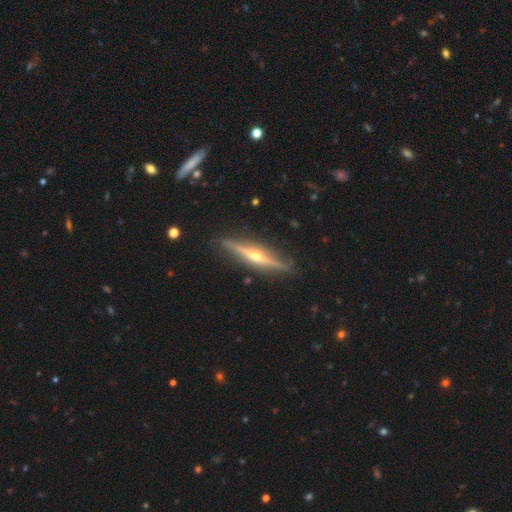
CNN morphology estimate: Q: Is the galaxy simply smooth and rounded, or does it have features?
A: featured or disk — 82%.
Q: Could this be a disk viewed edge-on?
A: yes — 98%.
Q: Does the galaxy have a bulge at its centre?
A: rounded — 92%.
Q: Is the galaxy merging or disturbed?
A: none — 89%.